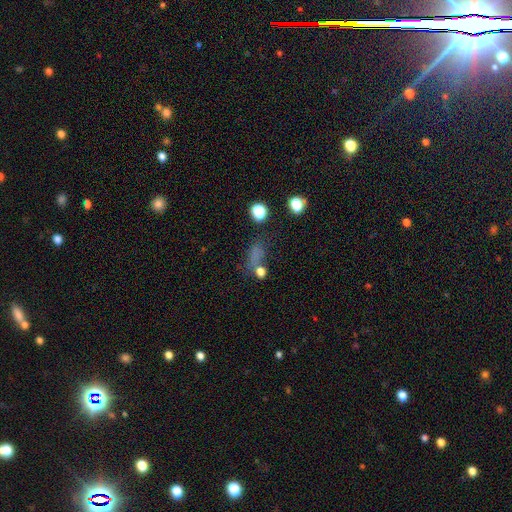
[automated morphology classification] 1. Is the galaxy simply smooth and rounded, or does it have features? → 60% smooth, 28% star or artifact, 12% featured or disk.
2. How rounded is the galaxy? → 61% in between, 24% round, 15% cigar-shaped.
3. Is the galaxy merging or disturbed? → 51% none, 20% minor disturbance, 17% major disturbance, 12% merger.